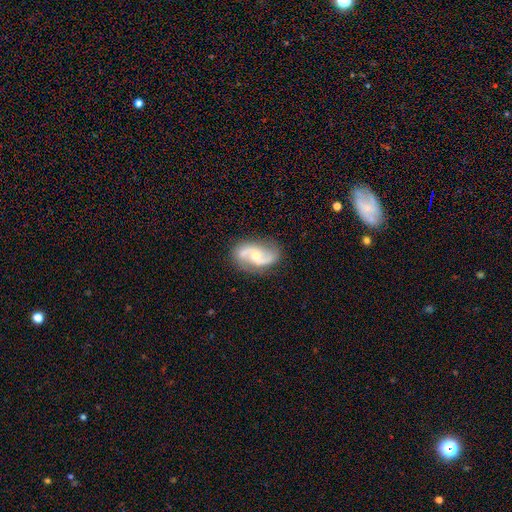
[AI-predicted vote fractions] smooth_or_featured: featured or disk (p=0.85) [alt: smooth p=0.10]
disk_edge_on: no (p=0.97) [alt: yes p=0.03]
bar: no (p=0.54) [alt: weak p=0.35]
has_spiral_arms: yes (p=0.96) [alt: no p=0.04]
spiral_winding: loose (p=0.52) [alt: medium p=0.38]
spiral_arm_count: 2 (p=0.93) [alt: can't tell p=0.03]
bulge_size: moderate (p=0.53) [alt: small p=0.43]
merging: none (p=0.81) [alt: minor disturbance p=0.13]